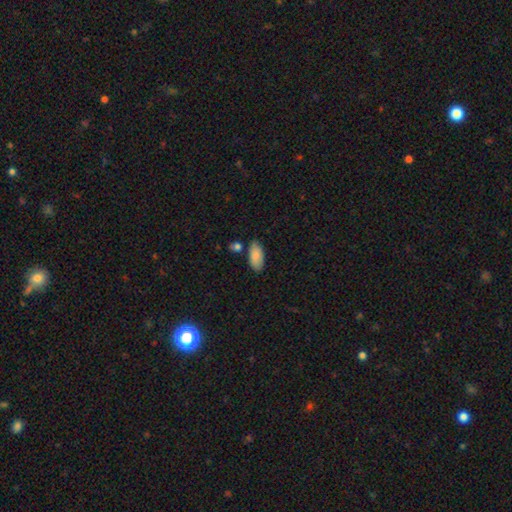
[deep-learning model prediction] Morphology: type=smooth (87%); roundness=in between (90%); merging=none (79%).